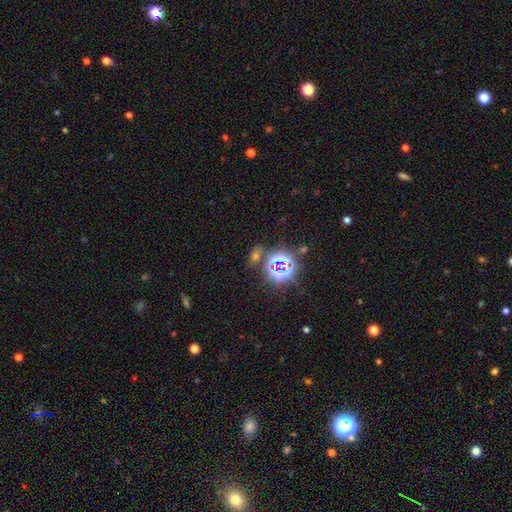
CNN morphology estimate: smooth-or-featured: star or artifact: 63% | smooth: 27% | featured or disk: 11%